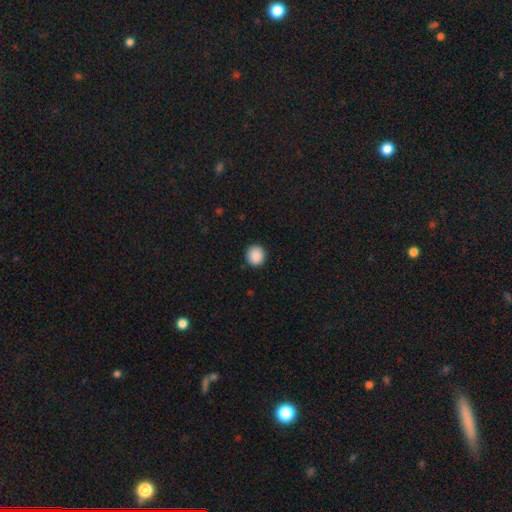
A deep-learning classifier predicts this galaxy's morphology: smooth_or_featured: smooth (p=0.90) [alt: star or artifact p=0.08]
how_rounded: round (p=0.91) [alt: in between p=0.08]
merging: none (p=0.91) [alt: minor disturbance p=0.06]